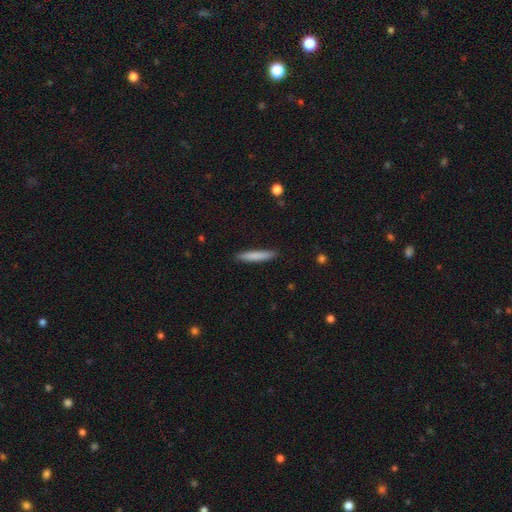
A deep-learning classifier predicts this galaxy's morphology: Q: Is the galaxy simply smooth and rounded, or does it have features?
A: smooth — 81%.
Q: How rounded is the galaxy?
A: cigar-shaped — 93%.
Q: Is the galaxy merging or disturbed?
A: none — 90%.